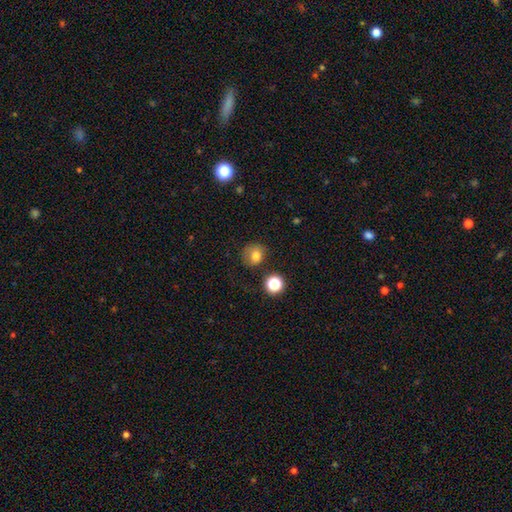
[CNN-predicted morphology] Smooth or featured? Predicted: smooth (p=0.78). How rounded? Predicted: round (p=0.74). Merging? Predicted: none (p=0.70).